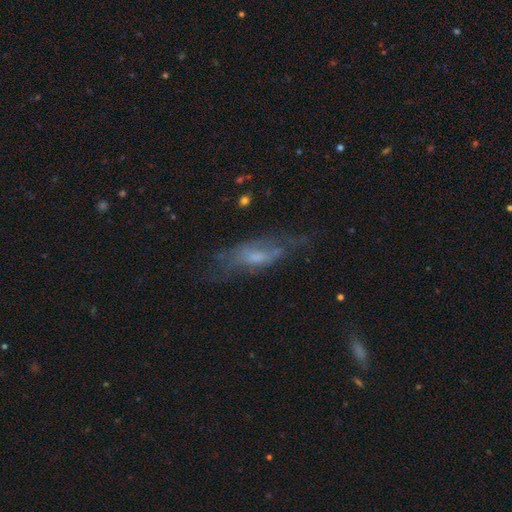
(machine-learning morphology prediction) Smooth or featured: featured or disk — 56% (smooth — 33%)
Edge-on disk: no — 67% (yes — 33%)
Merging: none — 57% (minor disturbance — 24%)